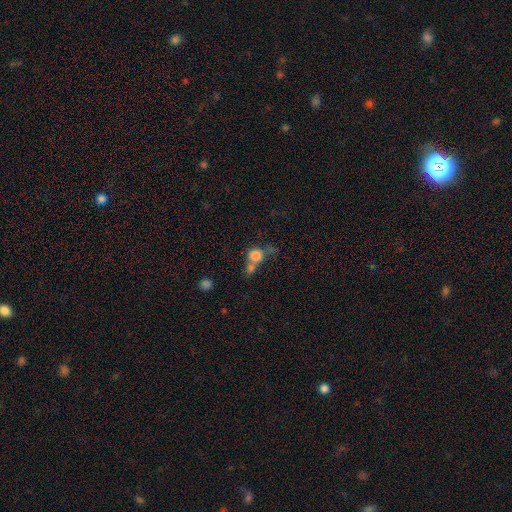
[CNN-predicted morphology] The model was most divided on "merging": merger: 56%, none: 27%, minor disturbance: 9%, major disturbance: 8%. More confident: how rounded — round (77%); smooth or featured — smooth (76%).